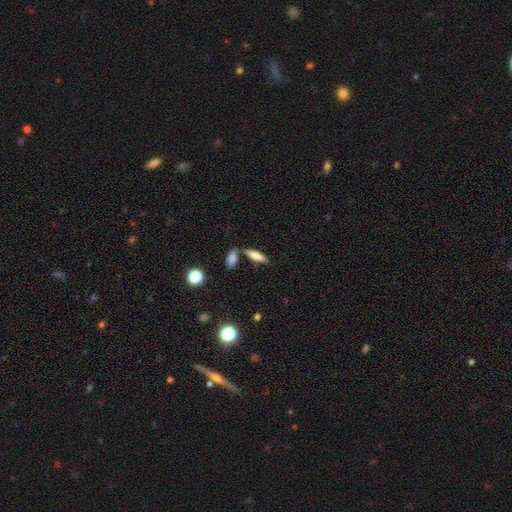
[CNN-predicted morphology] This appears to be a smooth galaxy with no disk features (69%) that is cigar-shaped (60%). Merging: none (69%).